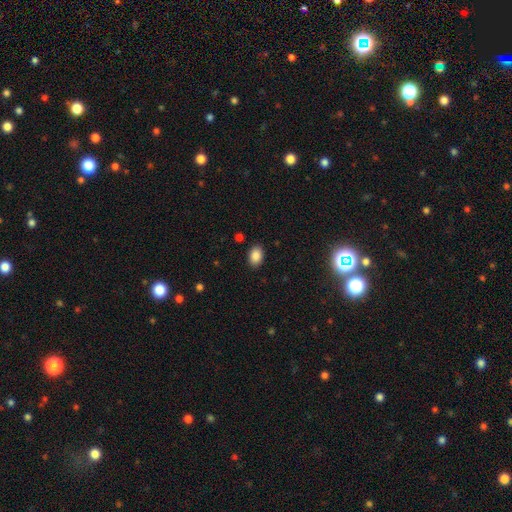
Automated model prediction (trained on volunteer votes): Smooth or featured? Predicted: smooth (p=0.87). How rounded? Predicted: in between (p=0.80). Merging? Predicted: none (p=0.87).